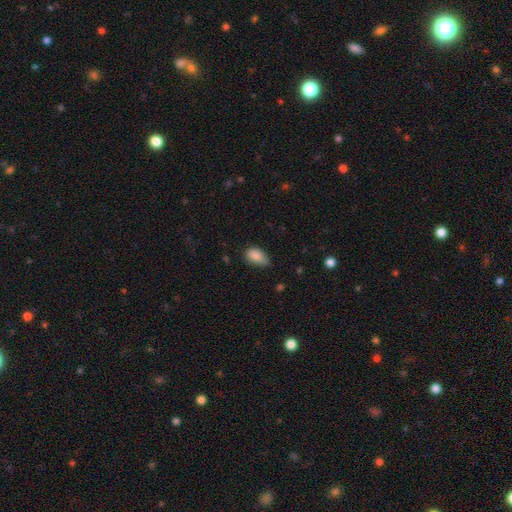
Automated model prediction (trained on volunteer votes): smooth-or-featured: smooth: 86% | star or artifact: 8% | featured or disk: 6%
  how-rounded: in between: 89% | round: 9% | cigar-shaped: 2%
  merging: none: 48% | minor disturbance: 42% | major disturbance: 8% | merger: 2%